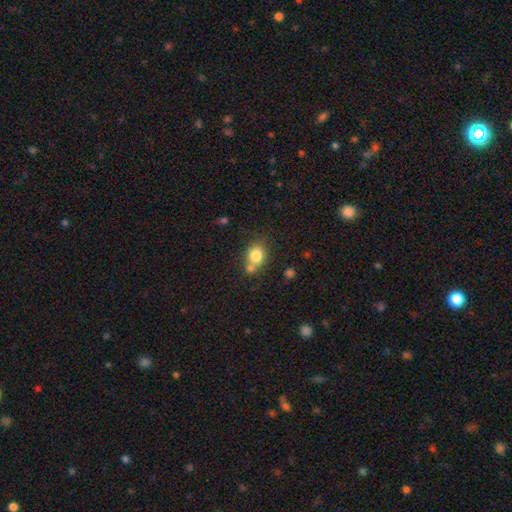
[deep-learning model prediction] smooth-or-featured: smooth: 81% | featured or disk: 10% | star or artifact: 10%
  how-rounded: round: 52% | in between: 46% | cigar-shaped: 1%
  merging: none: 51% | merger: 31% | minor disturbance: 14% | major disturbance: 4%